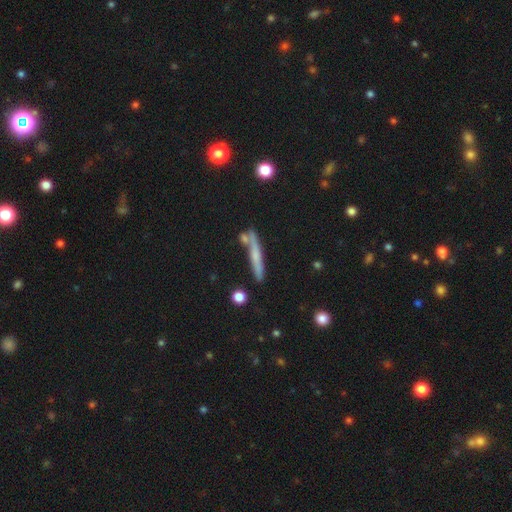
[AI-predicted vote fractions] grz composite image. It shows a smooth galaxy with no disk features (49%). Merging: none (72%).